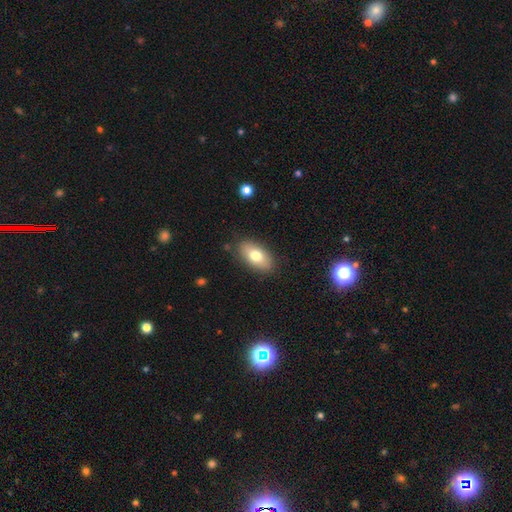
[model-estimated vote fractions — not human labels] This is likely a smooth galaxy (74%). How rounded: clearly in between (92%). Merging: clearly none (86%).